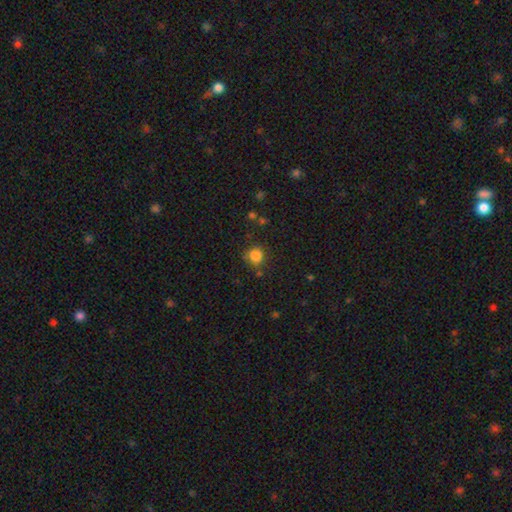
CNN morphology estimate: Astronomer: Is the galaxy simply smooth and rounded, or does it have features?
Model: smooth — 83%.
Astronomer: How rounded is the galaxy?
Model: round — 84%.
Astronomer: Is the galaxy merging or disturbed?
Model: none — 73%.